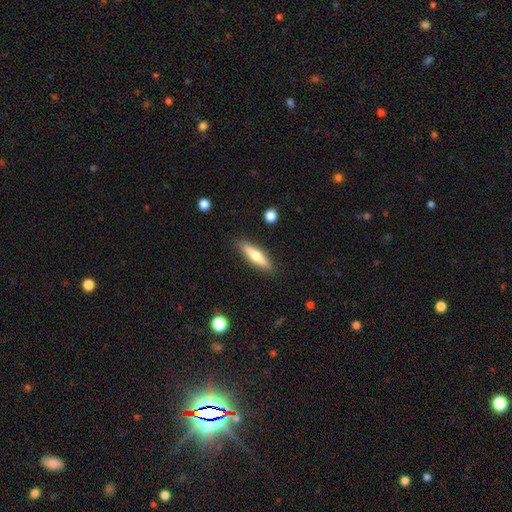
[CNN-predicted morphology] smooth_or_featured: smooth (p=0.59) [alt: featured or disk p=0.35]
how_rounded: cigar-shaped (p=0.72) [alt: in between p=0.26]
merging: none (p=0.87) [alt: minor disturbance p=0.09]